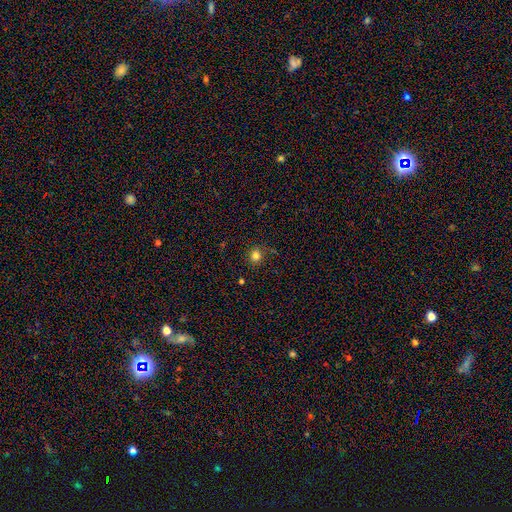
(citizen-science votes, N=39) Volunteers were most divided on "smooth or featured": smooth: 85%, star or artifact: 10%, featured or disk: 5%. More confident: merging — none (97%); how rounded — round (94%).